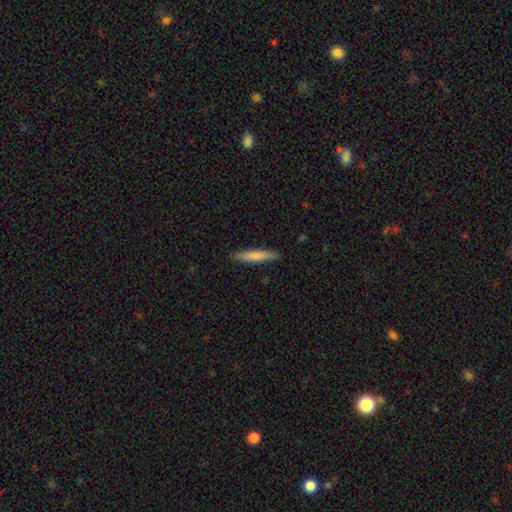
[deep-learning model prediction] This is likely a smooth galaxy (77%). How rounded: clearly cigar-shaped (90%). Merging: clearly none (89%).